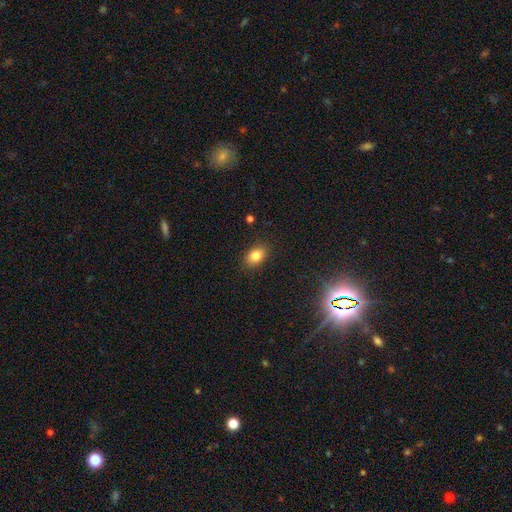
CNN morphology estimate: Overall: smooth (82%). How rounded: in between (81%). Merging: none (87%).